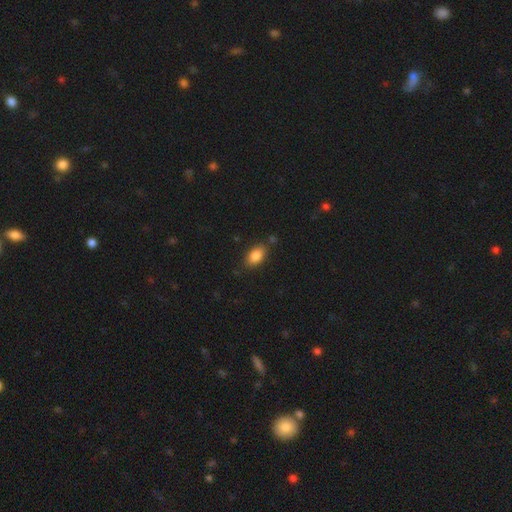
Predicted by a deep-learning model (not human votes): Smooth or featured? Predicted: smooth (p=0.85). How rounded? Predicted: in between (p=0.89). Merging? Predicted: none (p=0.80).